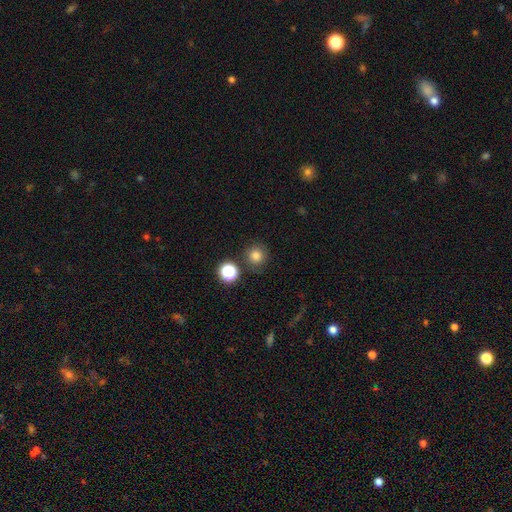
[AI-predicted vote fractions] The model was most divided on "smooth or featured": smooth: 80%, star or artifact: 15%, featured or disk: 6%. More confident: how rounded — round (93%); merging — none (82%).